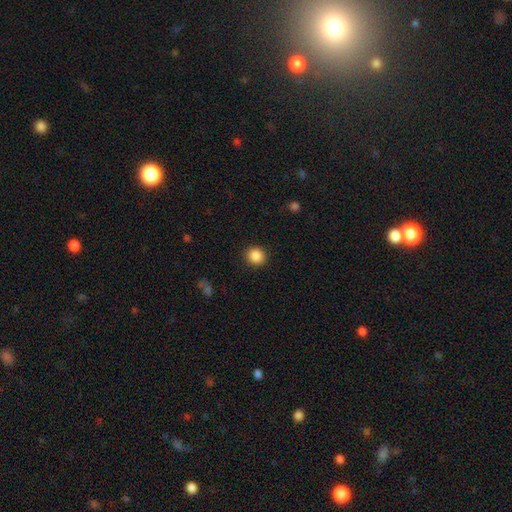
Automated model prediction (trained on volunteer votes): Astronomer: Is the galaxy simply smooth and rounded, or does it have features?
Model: smooth — 87%.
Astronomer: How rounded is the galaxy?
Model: round — 89%.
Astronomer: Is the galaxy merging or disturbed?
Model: none — 90%.